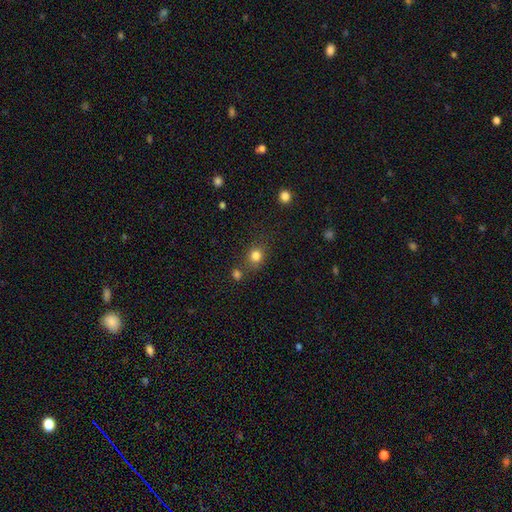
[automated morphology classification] smooth_or_featured: smooth (p=0.81) [alt: star or artifact p=0.13]
how_rounded: round (p=0.72) [alt: in between p=0.26]
merging: none (p=0.70) [alt: minor disturbance p=0.13]